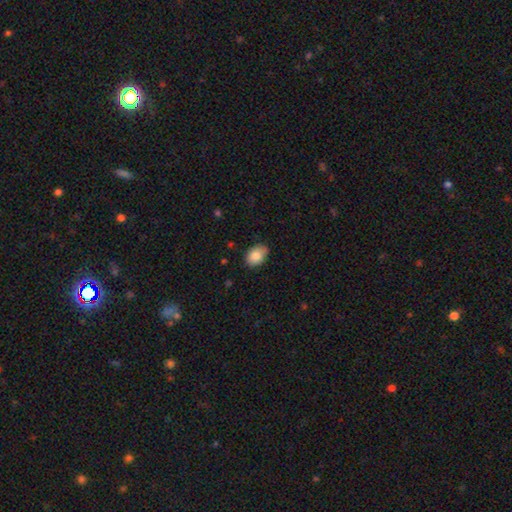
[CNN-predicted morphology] This is clearly a smooth galaxy (85%). How rounded: clearly in between (81%). Merging: clearly none (81%).